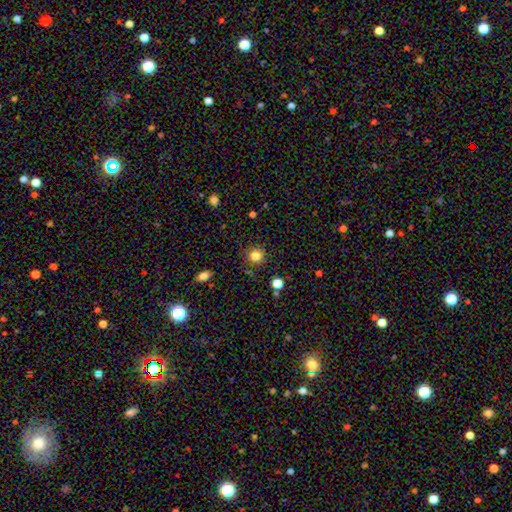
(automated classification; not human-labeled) Q: Smooth or featured?
A: smooth (83%); runner-up: star or artifact (12%)
Q: How rounded?
A: round (92%); runner-up: in between (7%)
Q: Merging?
A: none (87%); runner-up: minor disturbance (8%)